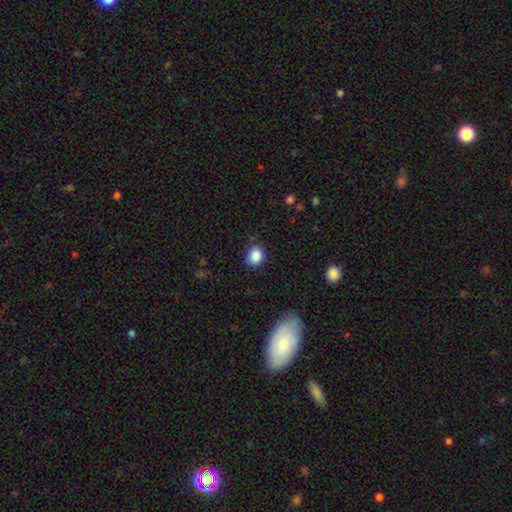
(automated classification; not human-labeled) Smooth or featured?
  - smooth: 87% *
  - star or artifact: 9%
  - featured or disk: 4%
How rounded?
  - round: 57% *
  - in between: 42%
  - cigar-shaped: 1%
Merging?
  - none: 82% *
  - minor disturbance: 14%
  - major disturbance: 3%
  - merger: 1%